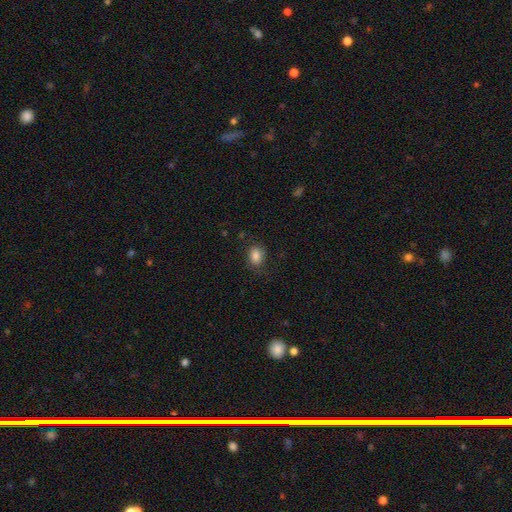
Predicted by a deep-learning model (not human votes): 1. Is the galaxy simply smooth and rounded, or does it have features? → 85% smooth, 10% star or artifact, 6% featured or disk.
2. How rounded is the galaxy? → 65% in between, 34% round, 1% cigar-shaped.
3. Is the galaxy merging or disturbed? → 80% none, 15% minor disturbance, 4% major disturbance, 1% merger.